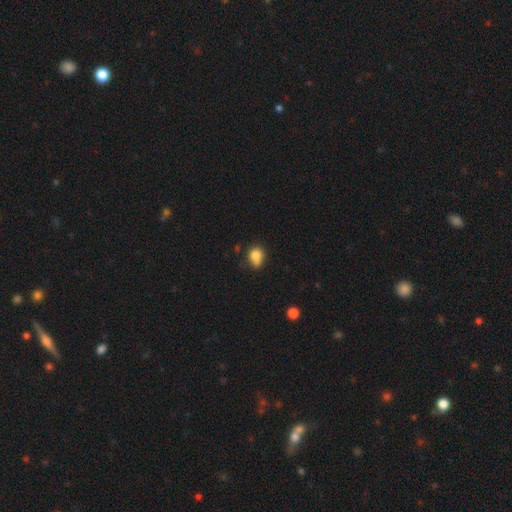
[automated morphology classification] The model was most divided on "how rounded": round: 55%, in between: 43%, cigar-shaped: 1%. More confident: smooth or featured — smooth (82%); merging — none (50%).